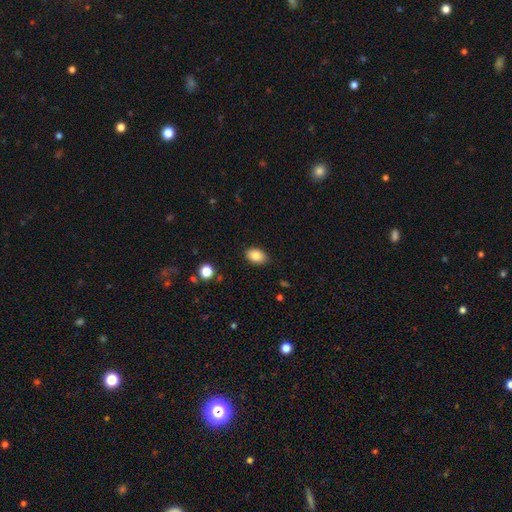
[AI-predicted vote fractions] Overall: smooth (85%). How rounded: in between (86%). Merging: none (85%).